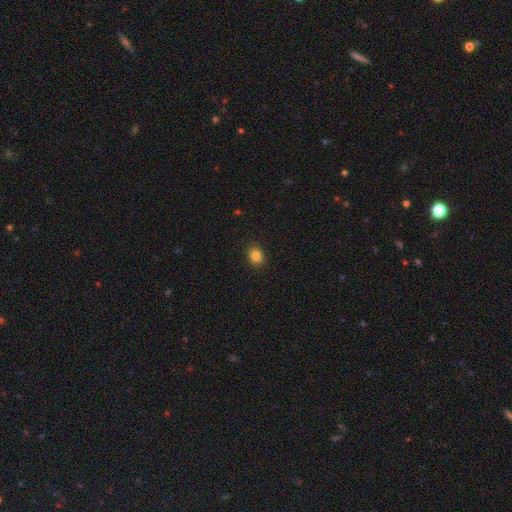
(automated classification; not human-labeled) Morphology: type=smooth (84%); roundness=round (71%); merging=none (91%).